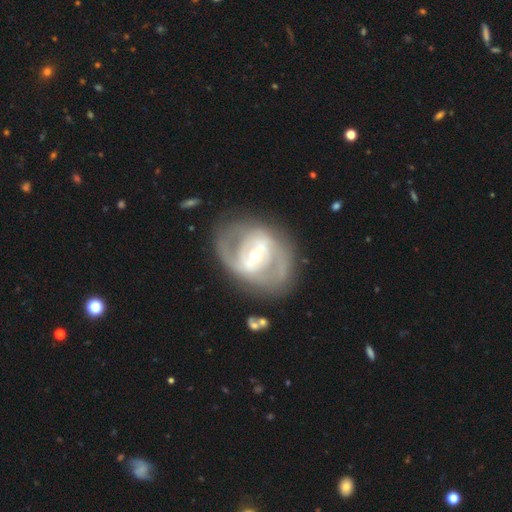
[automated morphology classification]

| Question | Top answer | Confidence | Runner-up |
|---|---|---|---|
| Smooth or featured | featured or disk | 84% | smooth (11%) |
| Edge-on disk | no | 96% | yes (4%) |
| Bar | strong | 48% | weak (36%) |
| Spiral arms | yes | 80% | no (20%) |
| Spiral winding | tight | 44% | medium (41%) |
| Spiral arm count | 2 | 61% | can't tell (21%) |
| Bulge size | moderate | 53% | small (41%) |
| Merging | none | 70% | minor disturbance (16%) |